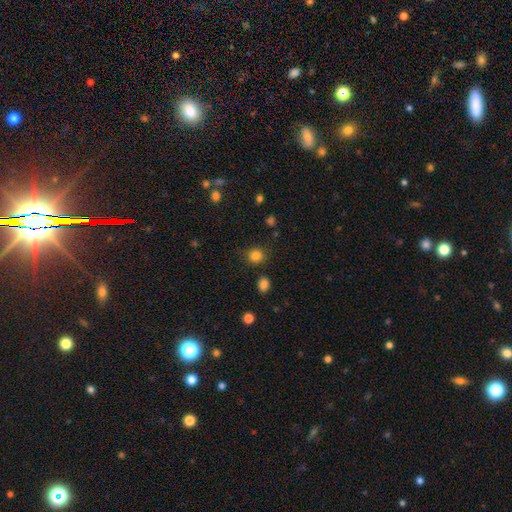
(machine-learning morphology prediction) Smooth or featured? smooth (84%)
How rounded? round (86%)
Merging? none (83%)